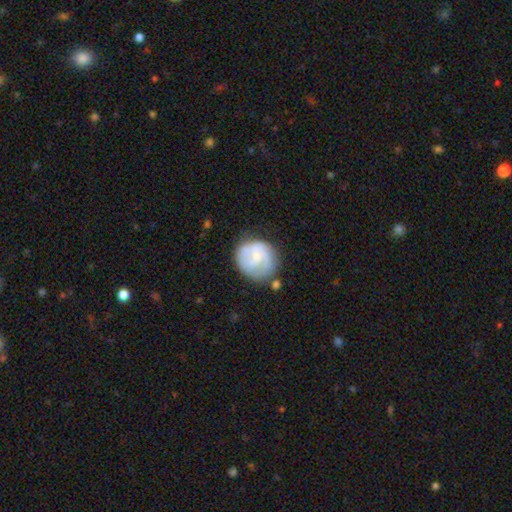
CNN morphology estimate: Q: Smooth or featured?
A: featured or disk (51%); runner-up: smooth (42%)
Q: Edge-on disk?
A: no (98%); runner-up: yes (2%)
Q: Bar?
A: no (68%); runner-up: weak (28%)
Q: Spiral arms?
A: yes (71%); runner-up: no (29%)
Q: Bulge size?
A: small (57%); runner-up: moderate (21%)
Q: Merging?
A: none (58%); runner-up: minor disturbance (23%)